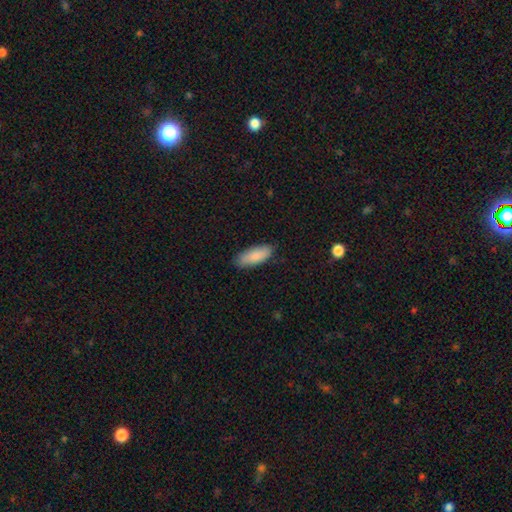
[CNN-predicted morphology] A smooth galaxy with no disk features (88%) that is in between round and cigar-shaped (75%).

Vote fractions:
- Smooth or featured? smooth: 88% / featured or disk: 6% / star or artifact: 6%
- How rounded? in between: 75% / cigar-shaped: 23% / round: 2%
- Merging? none: 83% / minor disturbance: 13% / major disturbance: 2% / merger: 1%